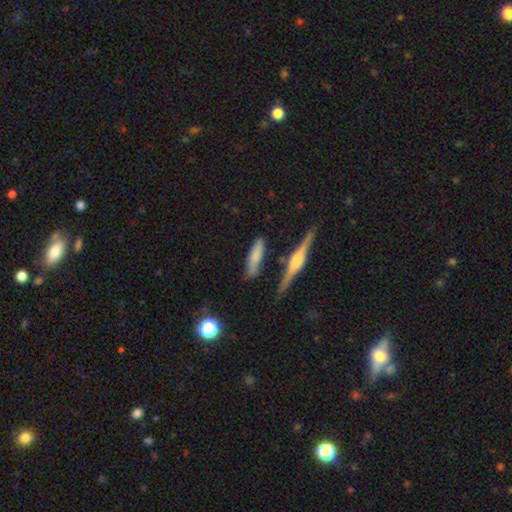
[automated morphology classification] Overall: smooth (61%; featured or disk 31%). How rounded: cigar-shaped (66%; in between 32%). Merging: none (69%).